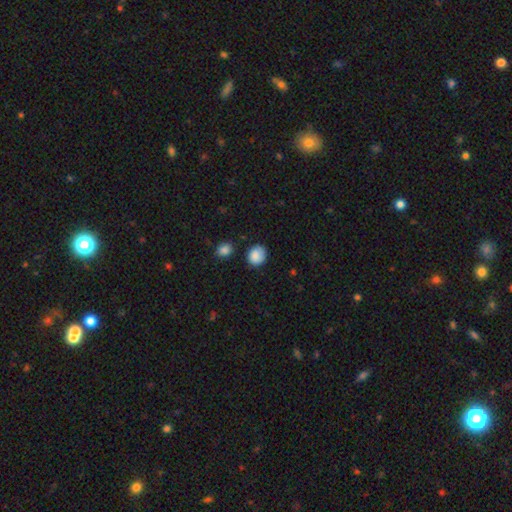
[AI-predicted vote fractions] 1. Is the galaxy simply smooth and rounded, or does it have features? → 87% smooth, 8% star or artifact, 5% featured or disk.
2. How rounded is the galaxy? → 73% round, 26% in between, 1% cigar-shaped.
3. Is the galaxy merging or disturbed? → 78% none, 16% minor disturbance, 3% major disturbance, 3% merger.